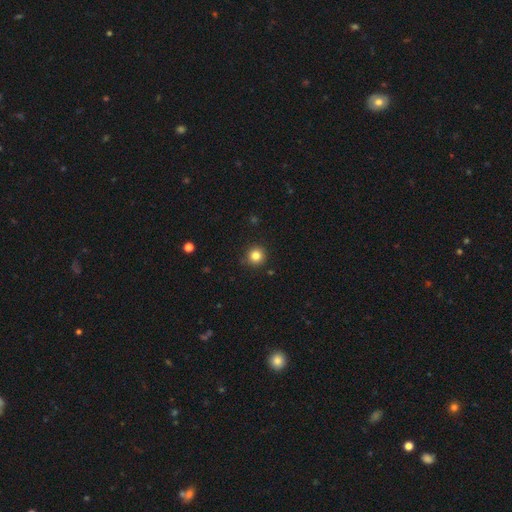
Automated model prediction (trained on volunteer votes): smooth_or_featured: smooth (p=0.83) [alt: star or artifact p=0.12]
how_rounded: round (p=0.95) [alt: in between p=0.04]
merging: none (p=0.91) [alt: minor disturbance p=0.06]